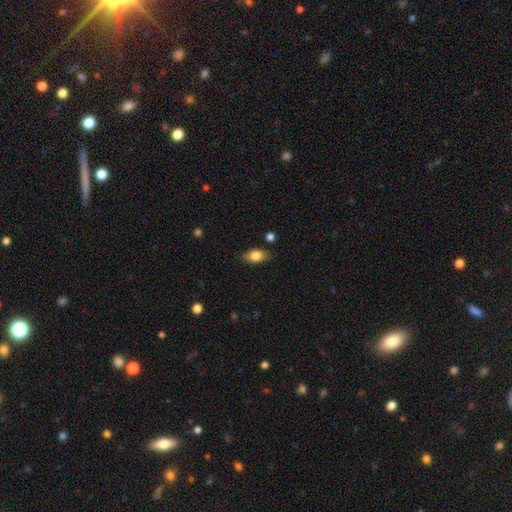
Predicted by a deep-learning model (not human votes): Smooth or featured: smooth — 81% (featured or disk — 11%)
How rounded: in between — 87% (round — 9%)
Merging: none — 84% (minor disturbance — 12%)